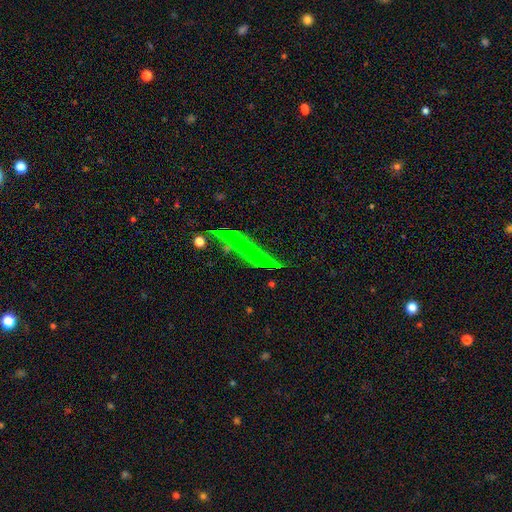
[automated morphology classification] Overall: featured or disk (41%; star or artifact 40%). Merging: none (62%).